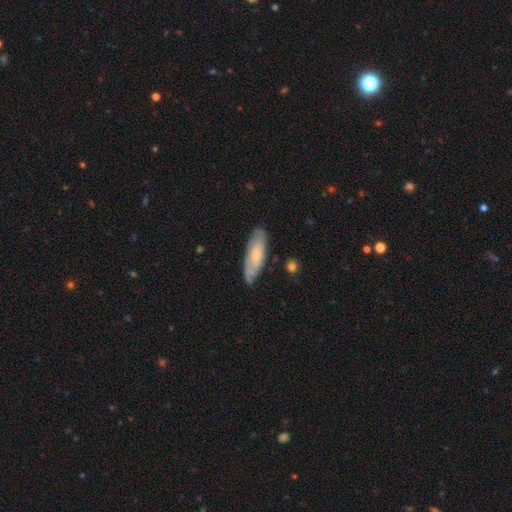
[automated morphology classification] This is possibly a featured or disk galaxy (49%). Merging: likely none (75%).